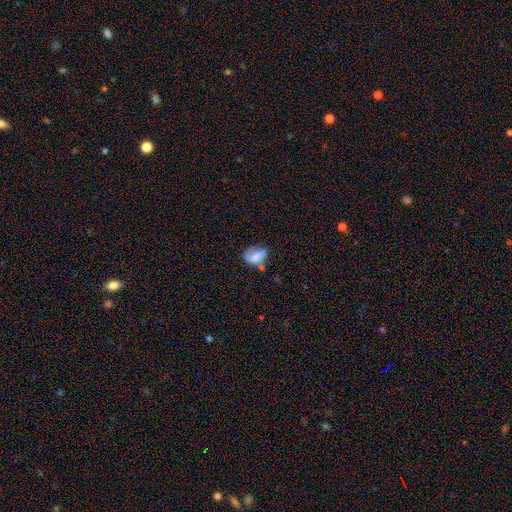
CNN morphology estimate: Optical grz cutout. It shows a smooth galaxy with no disk features (60%) that is in between round and cigar-shaped (78%). Merging: none (40%).